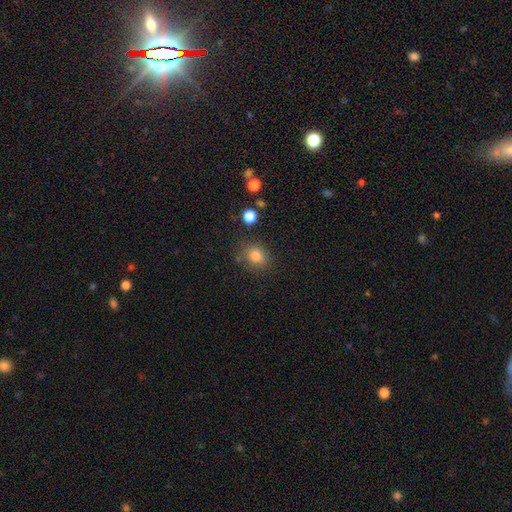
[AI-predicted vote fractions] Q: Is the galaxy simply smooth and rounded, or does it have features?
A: smooth — 82%.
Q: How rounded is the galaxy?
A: round — 62%.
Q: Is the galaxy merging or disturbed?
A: none — 78%.